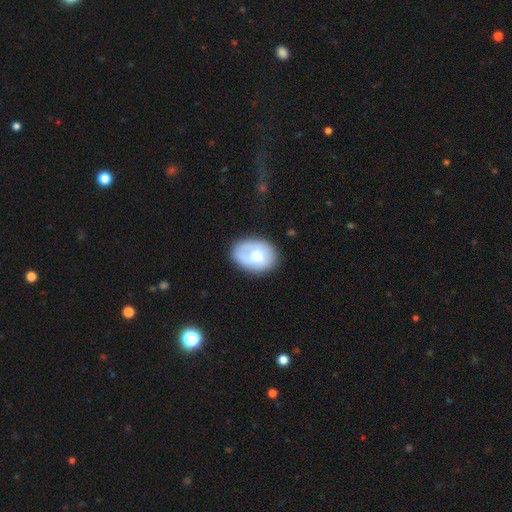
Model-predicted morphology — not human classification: Smooth or featured?
  - smooth: 63% *
  - featured or disk: 30%
  - star or artifact: 7%
How rounded?
  - in between: 77% *
  - round: 22%
  - cigar-shaped: 1%
Merging?
  - none: 70% *
  - minor disturbance: 20%
  - major disturbance: 8%
  - merger: 2%